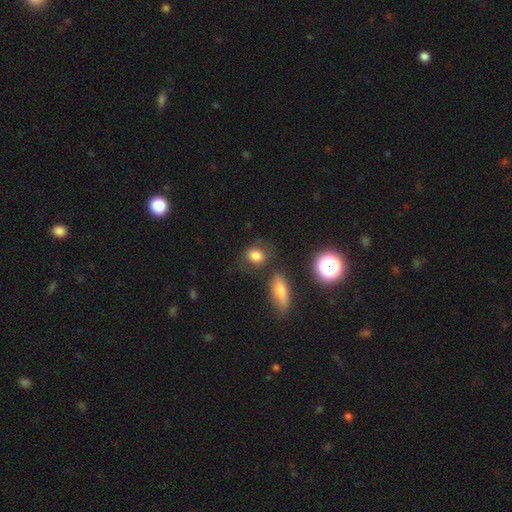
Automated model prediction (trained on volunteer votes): Smooth or featured? Predicted: smooth (p=0.78). How rounded? Predicted: in between (p=0.51). Merging? Predicted: none (p=0.66).